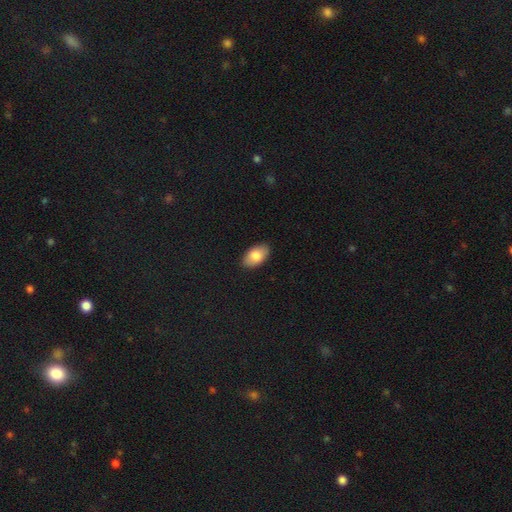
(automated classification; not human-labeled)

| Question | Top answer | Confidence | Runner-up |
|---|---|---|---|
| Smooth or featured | smooth | 82% | featured or disk (12%) |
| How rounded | in between | 94% | round (5%) |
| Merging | none | 88% | minor disturbance (9%) |